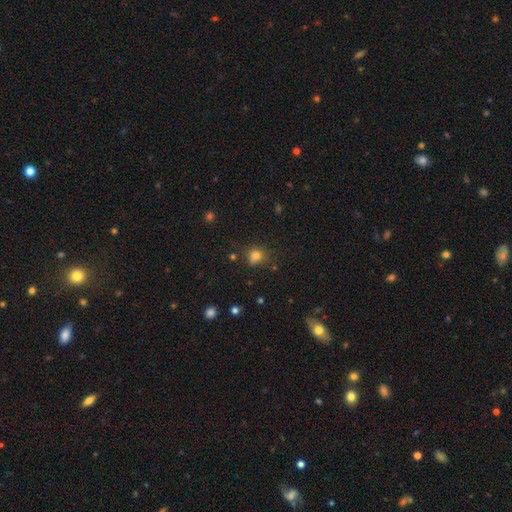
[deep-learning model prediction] smooth_or_featured: smooth (p=0.76) [alt: star or artifact p=0.17]
how_rounded: round (p=0.75) [alt: in between p=0.24]
merging: none (p=0.64) [alt: minor disturbance p=0.21]